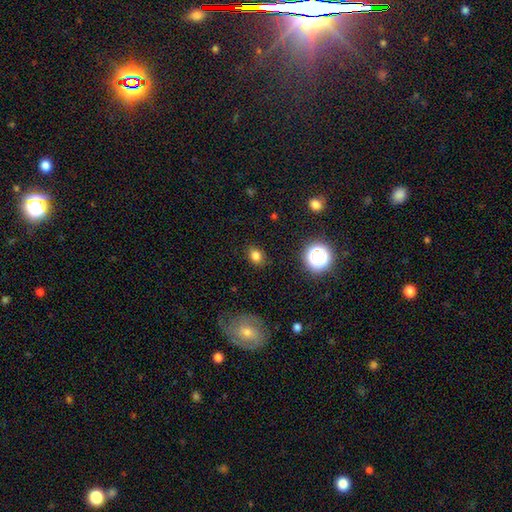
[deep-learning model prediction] Overall: smooth (78%). How rounded: in between (51%; round 48%). Merging: none (85%).